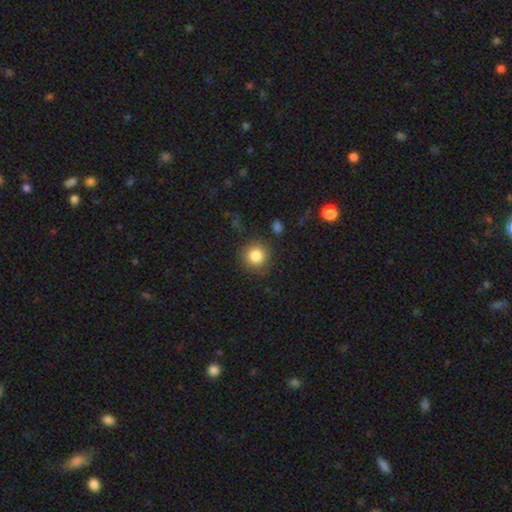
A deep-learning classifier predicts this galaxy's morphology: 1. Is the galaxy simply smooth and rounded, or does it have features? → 84% smooth, 10% star or artifact, 6% featured or disk.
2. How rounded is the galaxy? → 92% round, 7% in between, 1% cigar-shaped.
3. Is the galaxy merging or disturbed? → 85% none, 9% minor disturbance, 3% major disturbance, 2% merger.